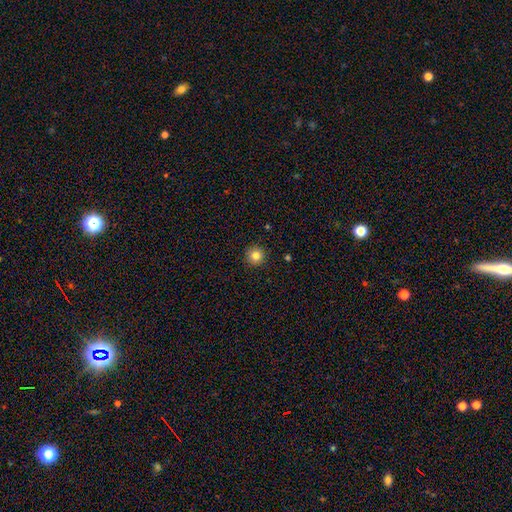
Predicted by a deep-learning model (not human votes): Morphology: type=smooth (83%); roundness=round (96%); merging=none (92%).